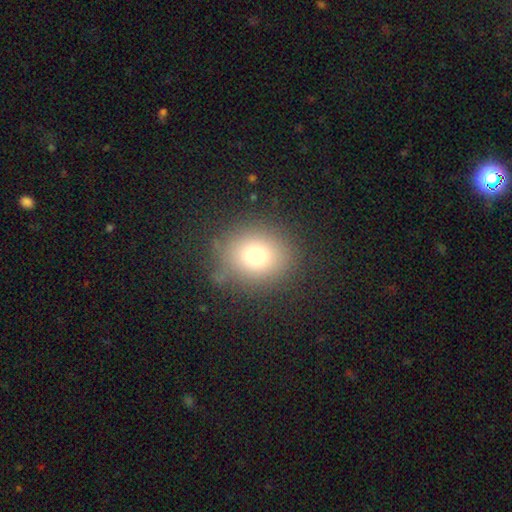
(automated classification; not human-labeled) smooth 73%, star or artifact 15%, featured or disk 12%. Down the decision tree: how rounded — round (69%); merging — none (78%).